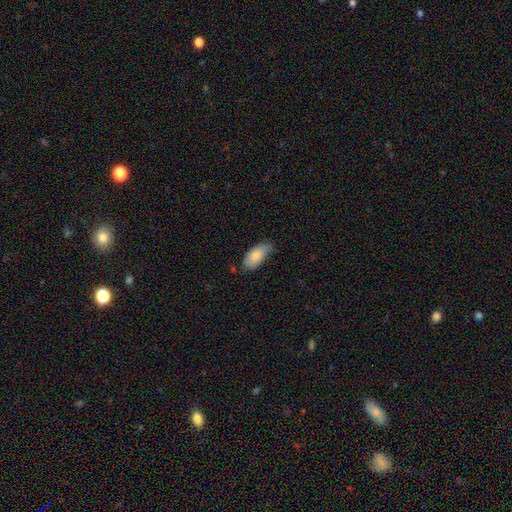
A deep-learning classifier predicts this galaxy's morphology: smooth-or-featured: smooth: 84% | featured or disk: 9% | star or artifact: 6%
  how-rounded: in between: 91% | cigar-shaped: 7% | round: 2%
  merging: none: 58% | minor disturbance: 34% | major disturbance: 6% | merger: 2%